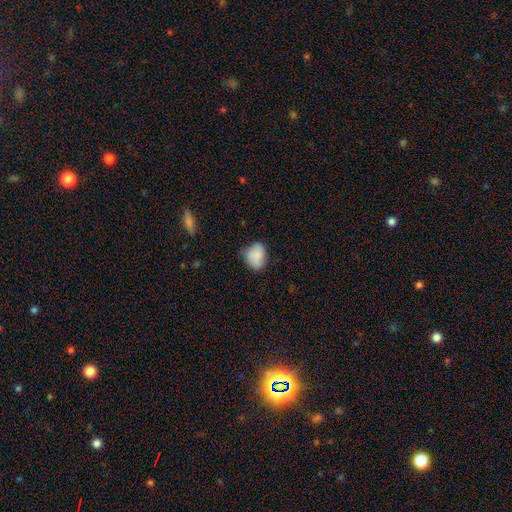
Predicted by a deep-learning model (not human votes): smooth-or-featured: smooth: 82% | featured or disk: 10% | star or artifact: 8%
  how-rounded: in between: 57% | round: 42% | cigar-shaped: 1%
  merging: none: 61% | minor disturbance: 31% | major disturbance: 6% | merger: 2%